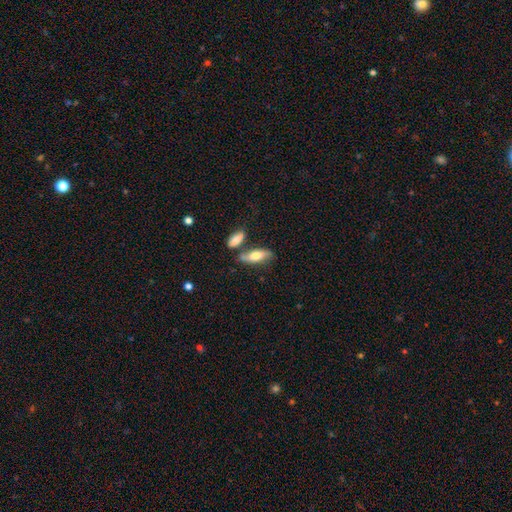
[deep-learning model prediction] Smooth or featured? Predicted: smooth (p=0.64). How rounded? Predicted: in between (p=0.64). Merging? Predicted: none (p=0.60).